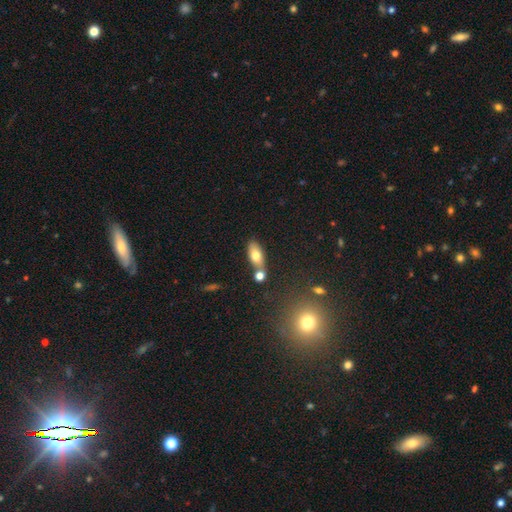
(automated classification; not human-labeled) Smooth or featured?
  - smooth: 74% *
  - featured or disk: 17%
  - star or artifact: 8%
How rounded?
  - in between: 84% *
  - cigar-shaped: 12%
  - round: 4%
Merging?
  - none: 65% *
  - merger: 19%
  - minor disturbance: 12%
  - major disturbance: 4%